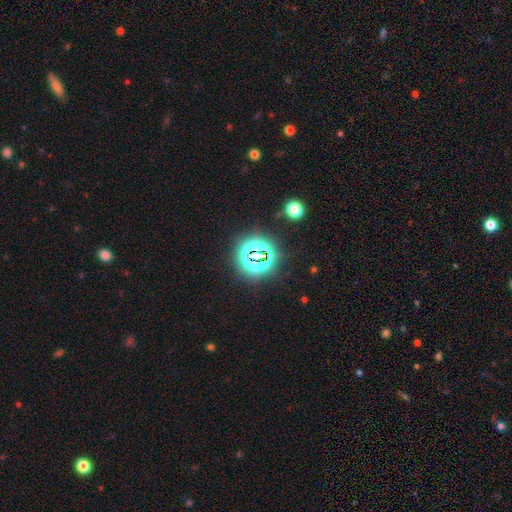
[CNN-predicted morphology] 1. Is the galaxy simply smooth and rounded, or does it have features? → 74% star or artifact, 17% smooth, 9% featured or disk.